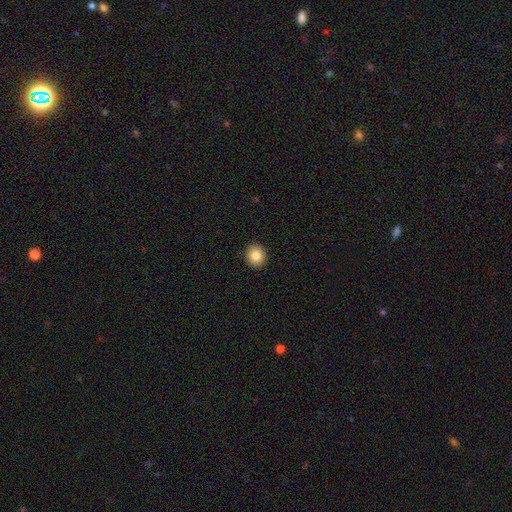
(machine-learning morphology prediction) Overall: smooth (84%). How rounded: round (89%). Merging: none (93%).